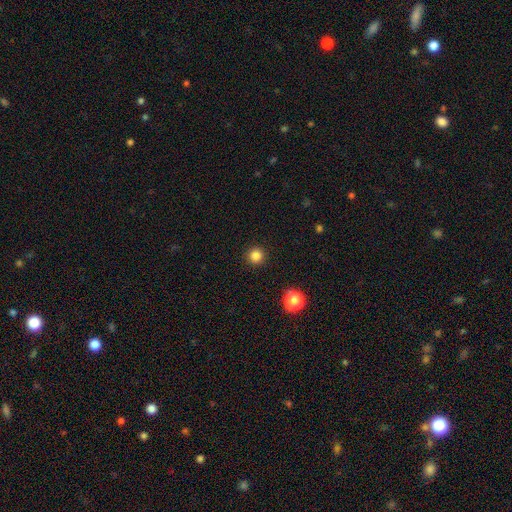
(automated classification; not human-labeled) Smooth or featured: smooth — 83% (star or artifact — 13%)
How rounded: round — 96% (in between — 3%)
Merging: none — 93% (minor disturbance — 4%)